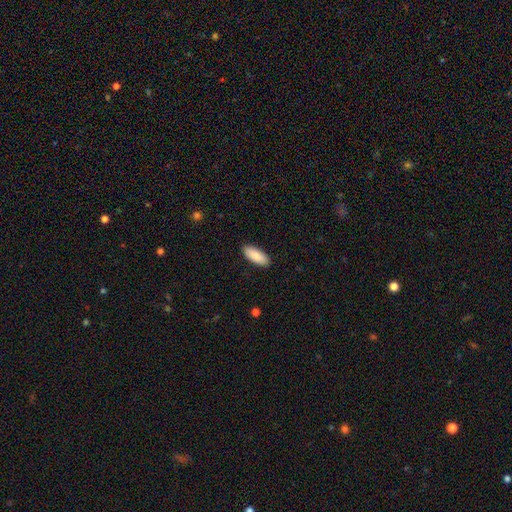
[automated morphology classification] type=smooth (88%); roundness=in between (80%); merging=none (90%).